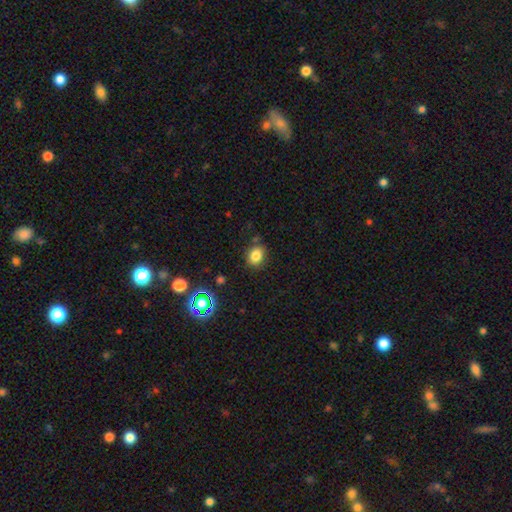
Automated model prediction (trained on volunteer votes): This appears to be a smooth galaxy with no disk features (81%) that is round (53%). Merging: none (81%).